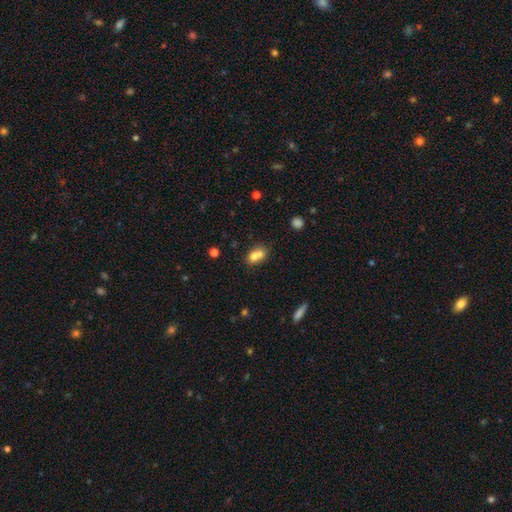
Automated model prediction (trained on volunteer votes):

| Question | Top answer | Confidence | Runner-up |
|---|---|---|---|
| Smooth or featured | smooth | 71% | featured or disk (18%) |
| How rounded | in between | 56% | round (42%) |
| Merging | merger | 59% | none (29%) |